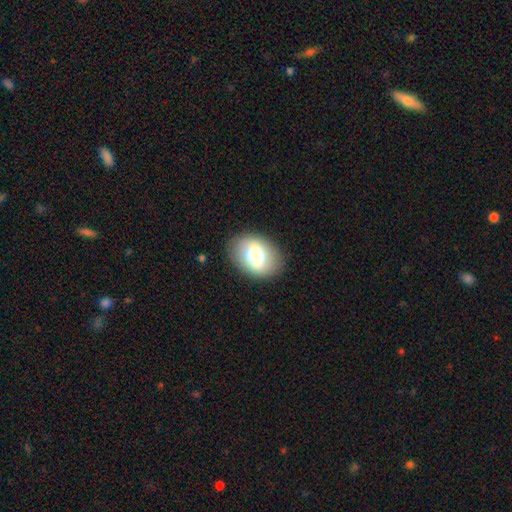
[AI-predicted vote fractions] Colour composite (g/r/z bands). It shows a smooth galaxy with no disk features (71%) that is in between round and cigar-shaped (77%). Merging: none (87%).